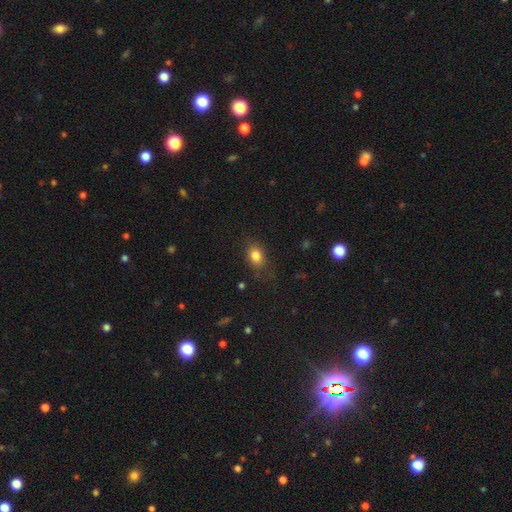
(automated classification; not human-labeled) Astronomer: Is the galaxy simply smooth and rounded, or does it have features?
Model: smooth — 82%.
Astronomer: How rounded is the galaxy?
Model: in between — 69%.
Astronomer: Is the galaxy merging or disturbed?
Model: none — 73%.